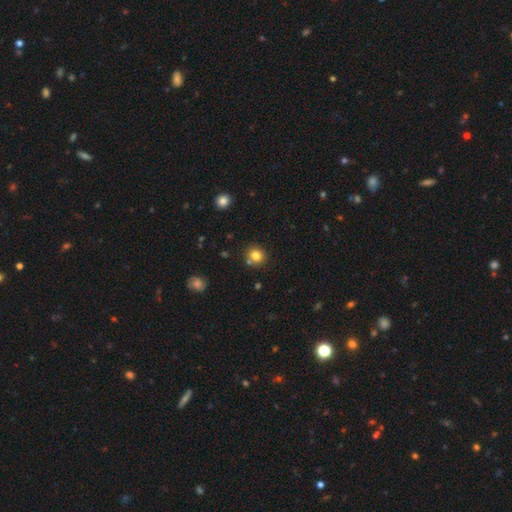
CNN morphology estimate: type=smooth (81%); roundness=round (86%); merging=none (79%).